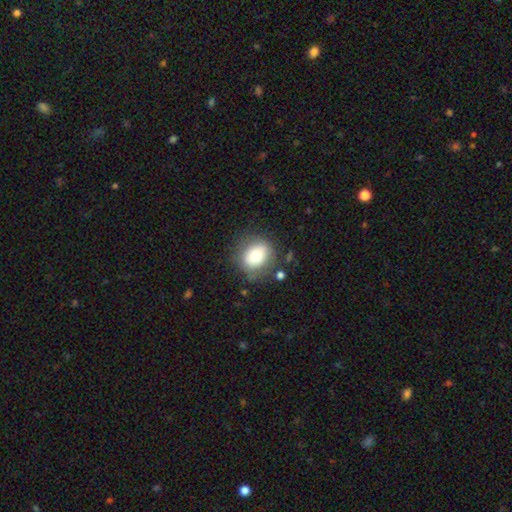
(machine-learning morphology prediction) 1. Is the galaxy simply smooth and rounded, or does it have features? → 73% smooth, 17% featured or disk, 9% star or artifact.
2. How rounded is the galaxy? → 66% round, 33% in between, 1% cigar-shaped.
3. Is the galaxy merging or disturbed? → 77% none, 14% minor disturbance, 6% major disturbance, 3% merger.